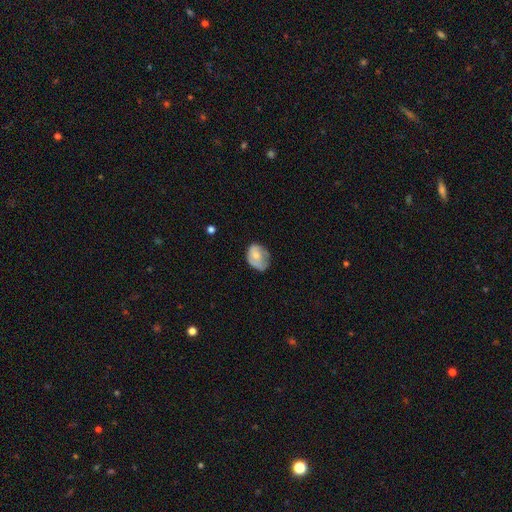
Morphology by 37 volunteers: type=smooth (62%); roundness=in between (74%); merging=minor disturbance (57%).